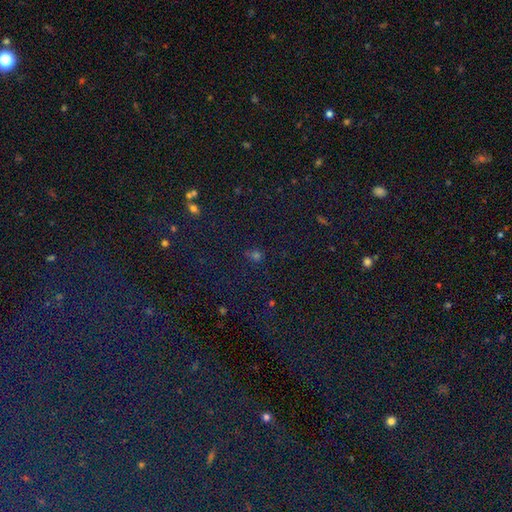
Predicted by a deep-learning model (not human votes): Smooth or featured?
  - star or artifact: 51% *
  - smooth: 41%
  - featured or disk: 8%